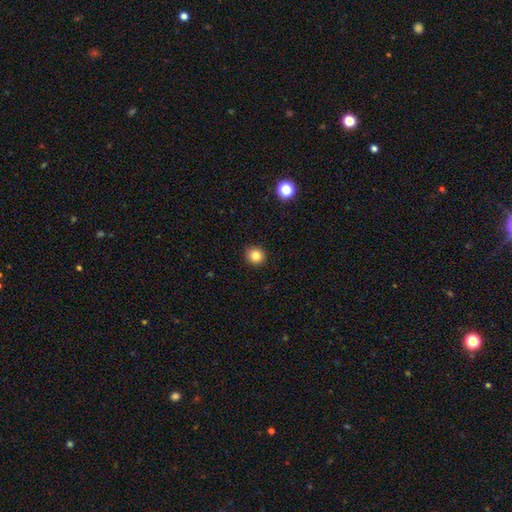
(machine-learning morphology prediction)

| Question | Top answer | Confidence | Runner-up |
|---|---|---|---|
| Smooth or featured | smooth | 84% | star or artifact (11%) |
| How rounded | round | 86% | in between (13%) |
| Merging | none | 91% | minor disturbance (6%) |